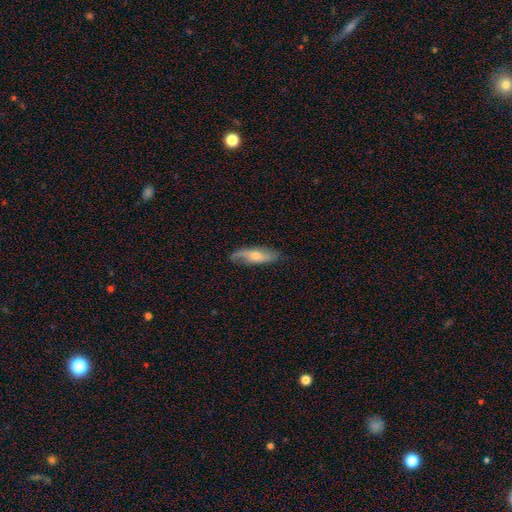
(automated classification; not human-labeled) Smooth or featured: featured or disk — 56% (smooth — 38%)
Edge-on disk: no — 67% (yes — 33%)
Merging: none — 74% (minor disturbance — 19%)